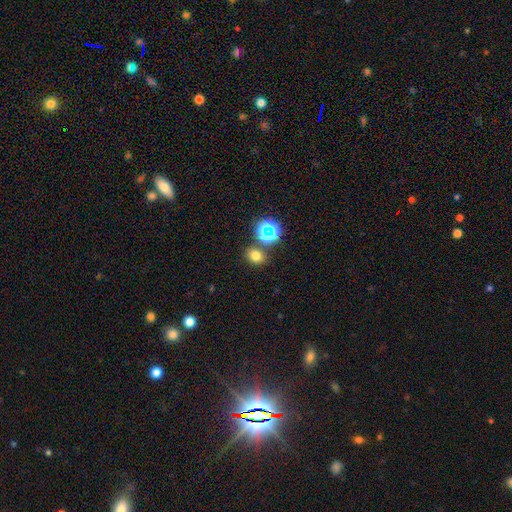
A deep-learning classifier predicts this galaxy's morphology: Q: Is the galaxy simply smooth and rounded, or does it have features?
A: smooth — 71%.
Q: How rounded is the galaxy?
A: round — 52%.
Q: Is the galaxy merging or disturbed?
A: none — 77%.